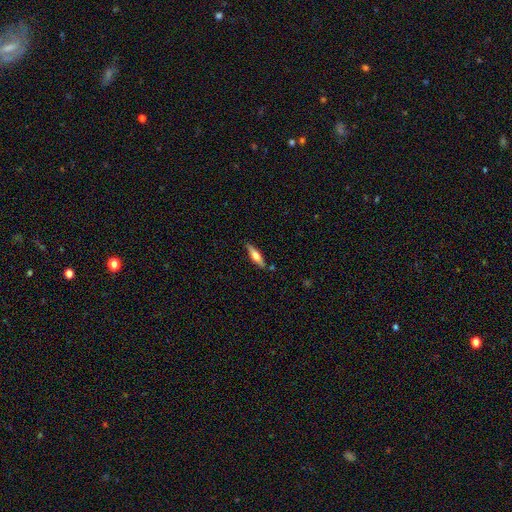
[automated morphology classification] smooth_or_featured: featured or disk (p=0.49) [alt: smooth p=0.45]
merging: none (p=0.83) [alt: minor disturbance p=0.11]